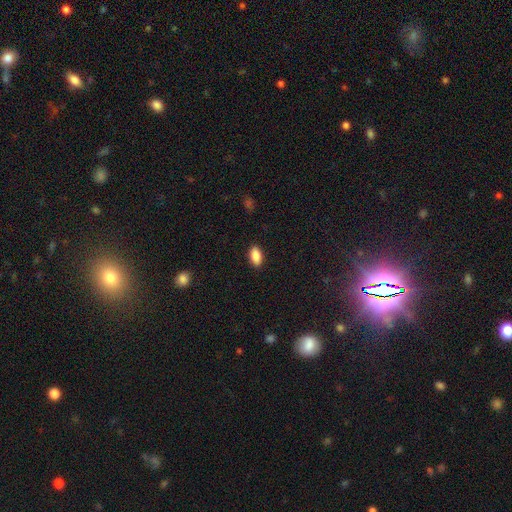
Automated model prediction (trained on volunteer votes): smooth-or-featured: smooth: 87% | star or artifact: 7% | featured or disk: 5%
  how-rounded: in between: 91% | cigar-shaped: 5% | round: 4%
  merging: none: 89% | minor disturbance: 8% | major disturbance: 2% | merger: 1%